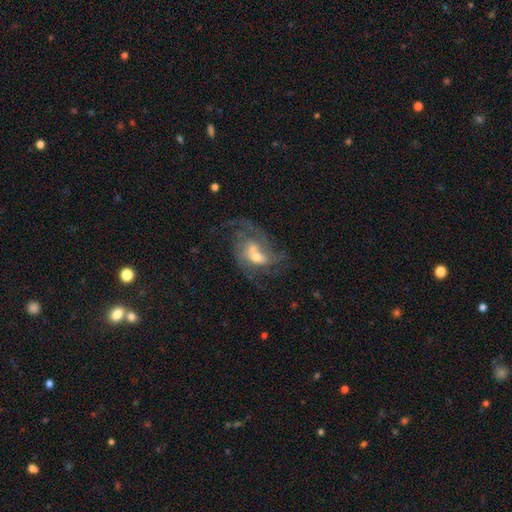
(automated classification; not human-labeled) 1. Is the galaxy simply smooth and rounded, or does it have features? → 73% featured or disk, 18% smooth, 9% star or artifact.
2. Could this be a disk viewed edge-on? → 96% no, 4% yes.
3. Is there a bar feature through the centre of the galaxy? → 56% no, 35% weak, 8% strong.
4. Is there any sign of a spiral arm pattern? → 81% yes, 19% no.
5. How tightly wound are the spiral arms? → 42% medium, 37% loose, 21% tight.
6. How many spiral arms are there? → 30% can't tell, 28% 2, 21% 3, 10% 1, 6% 4, 4% more than 4.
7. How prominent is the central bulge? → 56% moderate, 28% small, 9% large, 5% none, 2% dominant.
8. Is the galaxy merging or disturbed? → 37% merger, 28% none, 23% major disturbance, 13% minor disturbance.